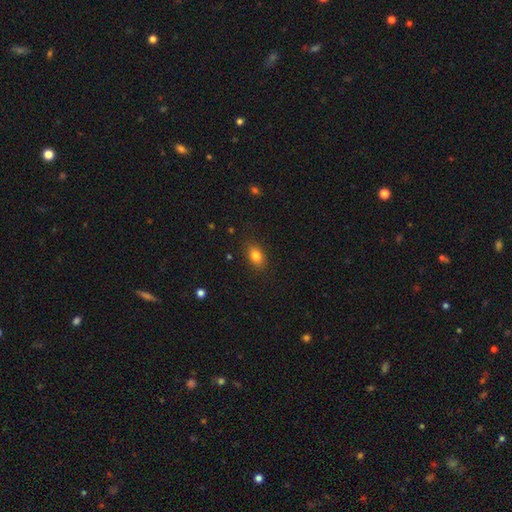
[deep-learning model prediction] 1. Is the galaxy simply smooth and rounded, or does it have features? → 81% smooth, 10% star or artifact, 9% featured or disk.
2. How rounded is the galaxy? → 81% in between, 17% round, 2% cigar-shaped.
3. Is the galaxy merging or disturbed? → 86% none, 10% minor disturbance, 3% major disturbance, 1% merger.